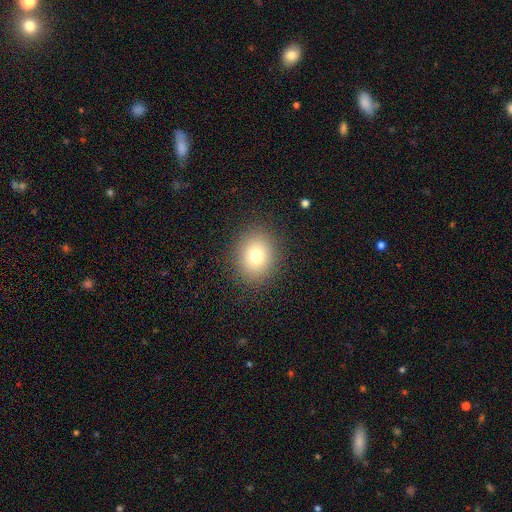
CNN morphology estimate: This appears to be a smooth galaxy with no disk features (77%) that is round (63%). Merging: none (88%).